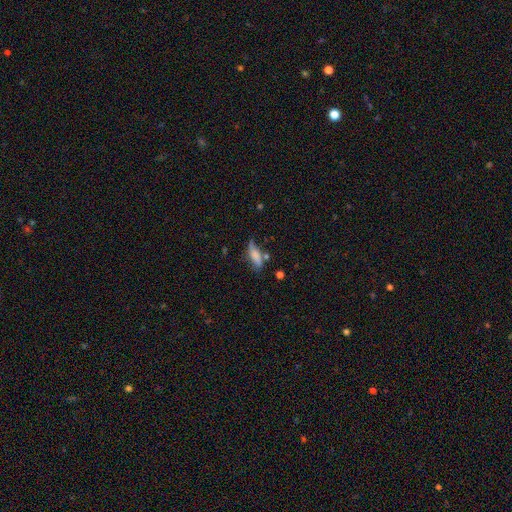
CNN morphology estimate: Smooth or featured: smooth — 68% (featured or disk — 23%)
How rounded: in between — 50% (cigar-shaped — 47%)
Merging: none — 51% (minor disturbance — 29%)